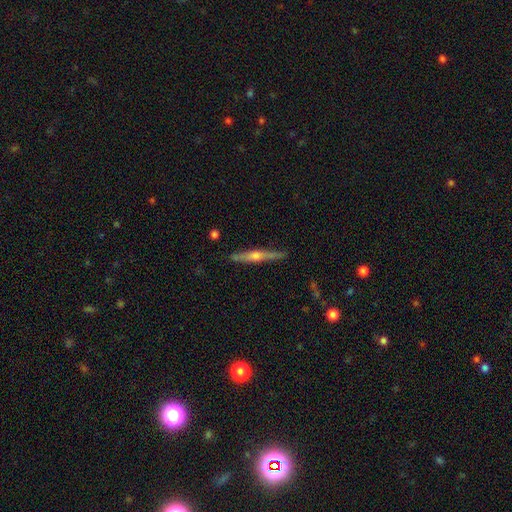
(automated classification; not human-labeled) Q: Smooth or featured?
A: featured or disk (70%); runner-up: smooth (24%)
Q: Edge-on disk?
A: yes (97%); runner-up: no (3%)
Q: Edge-on bulge?
A: rounded (86%); runner-up: none (8%)
Q: Merging?
A: none (86%); runner-up: minor disturbance (10%)